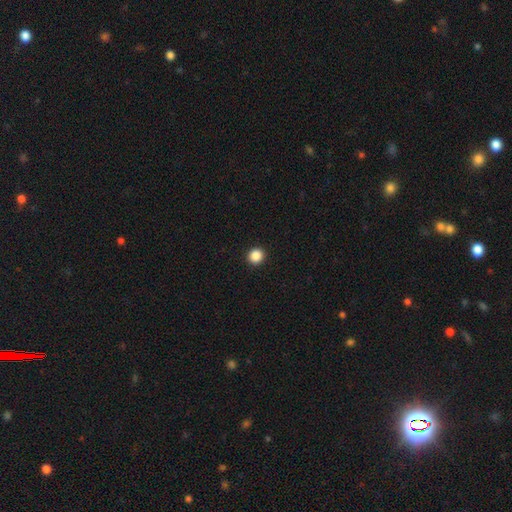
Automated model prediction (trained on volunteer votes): Morphology: type=smooth (87%); roundness=round (91%); merging=none (94%).